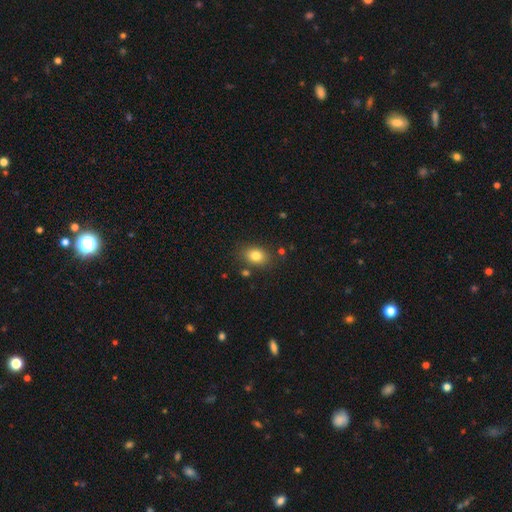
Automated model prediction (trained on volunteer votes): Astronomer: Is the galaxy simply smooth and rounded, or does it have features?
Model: smooth — 82%.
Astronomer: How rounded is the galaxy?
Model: in between — 69%.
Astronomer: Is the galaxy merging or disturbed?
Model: none — 79%.